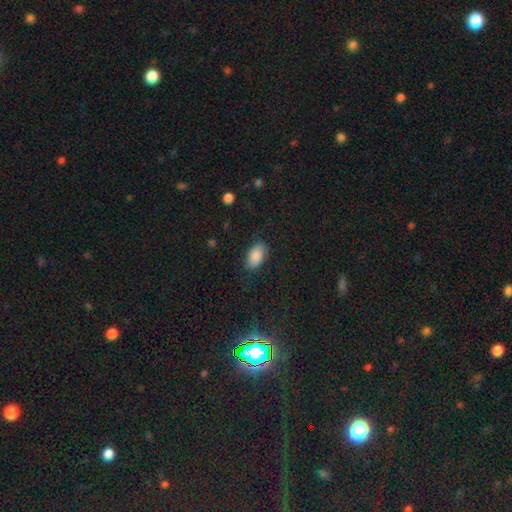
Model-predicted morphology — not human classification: This appears to be a smooth galaxy with no disk features (86%) that is in between round and cigar-shaped (93%). Merging: none (80%).